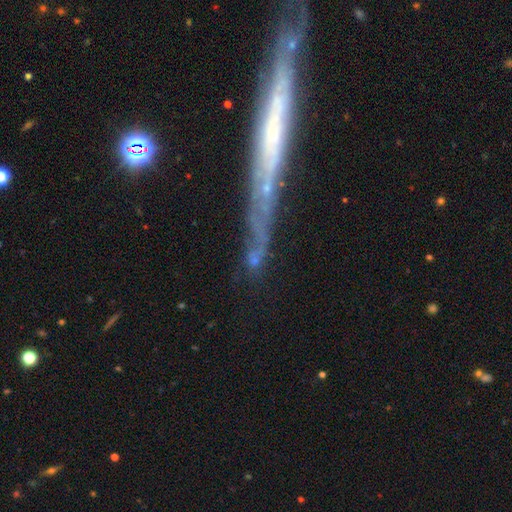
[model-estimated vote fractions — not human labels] Overall: featured or disk (40%; smooth 33%). Merging: none (58%).